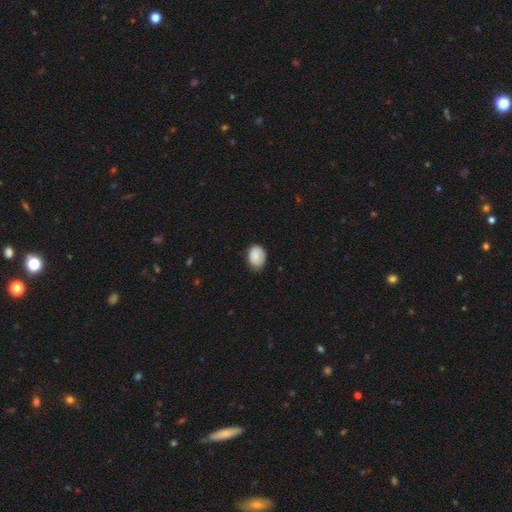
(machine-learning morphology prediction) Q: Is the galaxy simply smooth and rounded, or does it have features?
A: smooth — 84%.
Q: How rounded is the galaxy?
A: in between — 67%.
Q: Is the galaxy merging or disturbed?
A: none — 69%.